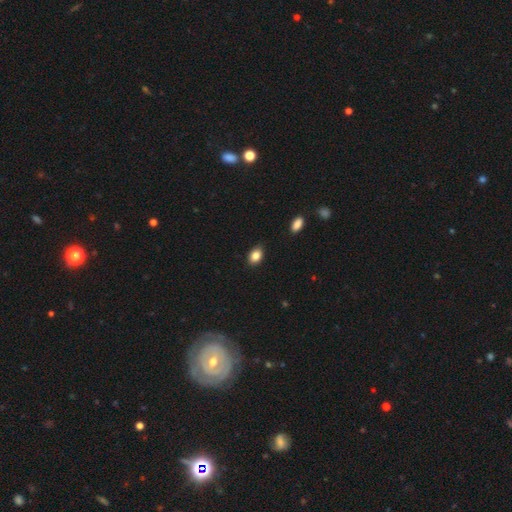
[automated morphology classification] Overall: smooth (85%). How rounded: in between (78%). Merging: none (86%).